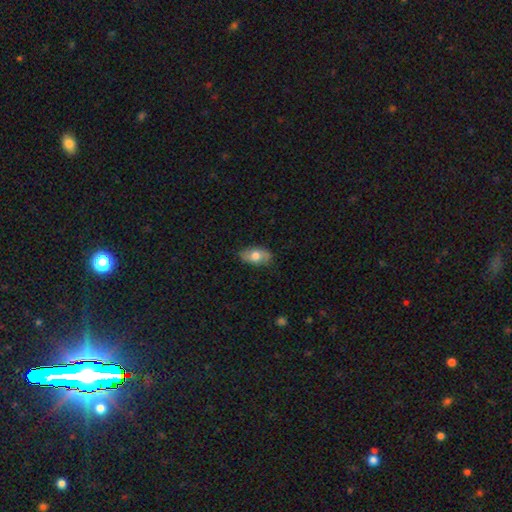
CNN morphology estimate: Smooth or featured? Predicted: smooth (p=0.68). How rounded? Predicted: in between (p=0.89). Merging? Predicted: none (p=0.80).